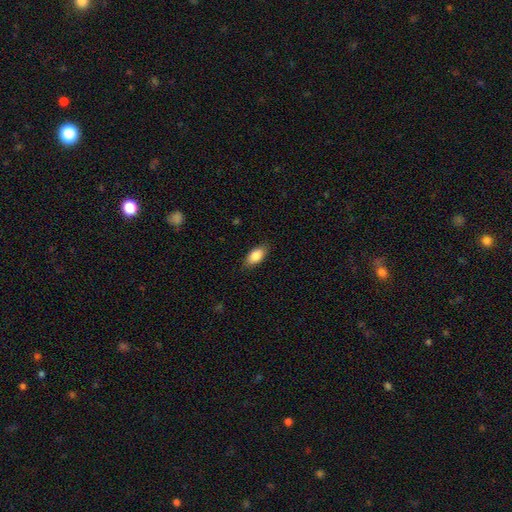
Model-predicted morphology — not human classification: smooth-or-featured: smooth: 85% | featured or disk: 8% | star or artifact: 7%
  how-rounded: in between: 90% | cigar-shaped: 6% | round: 4%
  merging: none: 84% | minor disturbance: 12% | major disturbance: 3% | merger: 1%